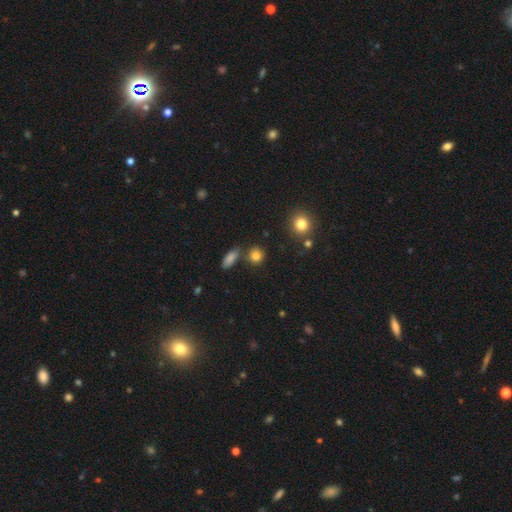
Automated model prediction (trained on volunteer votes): Smooth or featured? Predicted: smooth (p=0.82). How rounded? Predicted: round (p=0.83). Merging? Predicted: none (p=0.75).